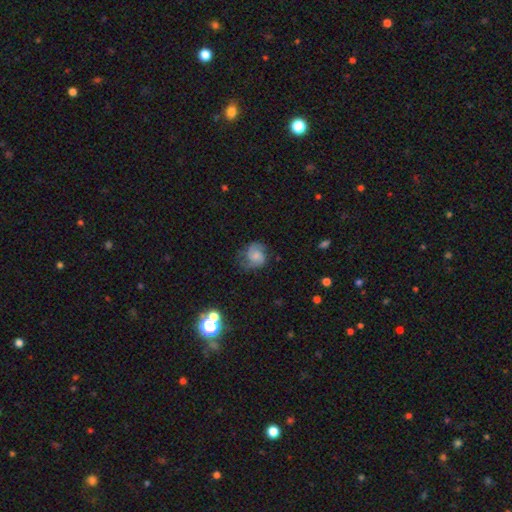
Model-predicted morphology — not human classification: featured or disk 49%, smooth 41%, star or artifact 10%. Down the decision tree: merging — none (58%).